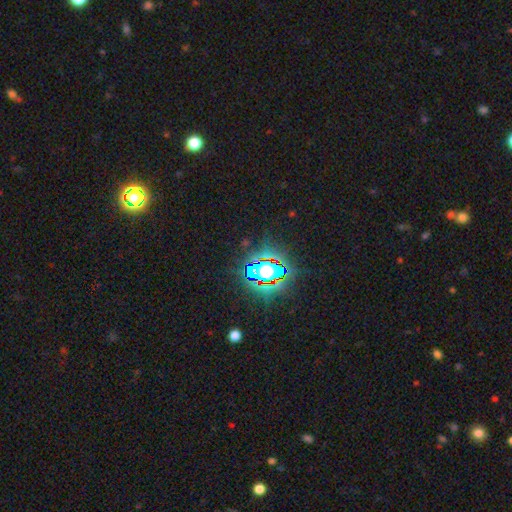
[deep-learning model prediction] Q: Smooth or featured?
A: star or artifact (83%); runner-up: smooth (11%)